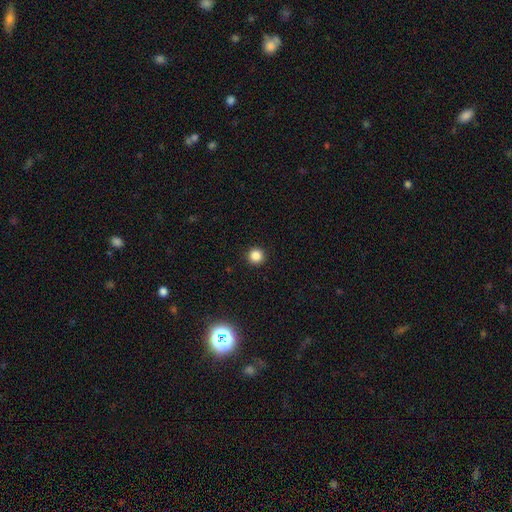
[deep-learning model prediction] A smooth galaxy with no disk features (85%) that is round (96%).

Vote fractions:
- Smooth or featured? smooth: 85% / star or artifact: 12% / featured or disk: 3%
- How rounded? round: 96% / in between: 3% / cigar-shaped: 1%
- Merging? none: 93% / minor disturbance: 4% / major disturbance: 2% / merger: 1%